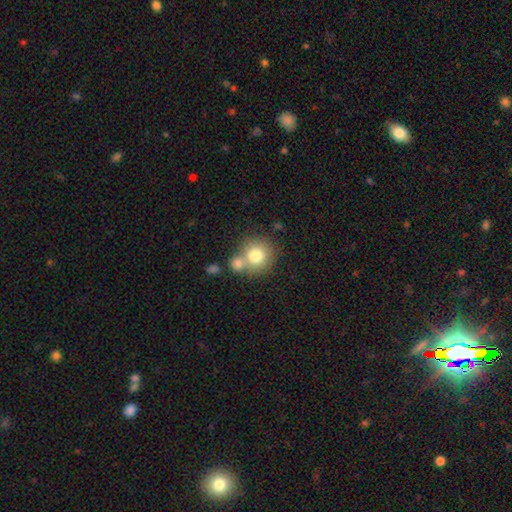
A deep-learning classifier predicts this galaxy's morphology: This appears to be a smooth galaxy with no disk features (77%) that is round (90%). Merging: none (56%).